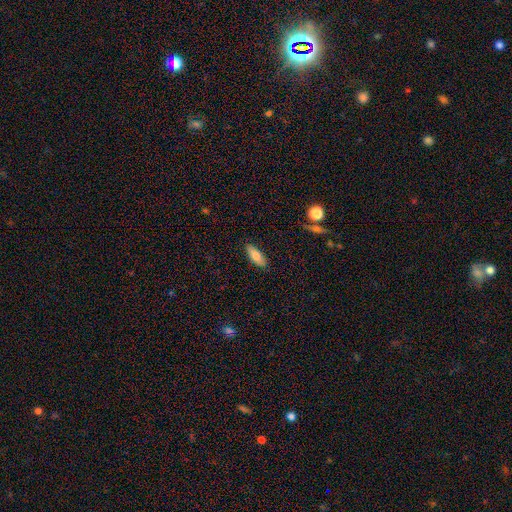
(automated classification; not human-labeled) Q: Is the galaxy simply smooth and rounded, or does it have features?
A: smooth — 76%.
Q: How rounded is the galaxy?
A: in between — 69%.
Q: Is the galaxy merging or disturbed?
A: none — 87%.